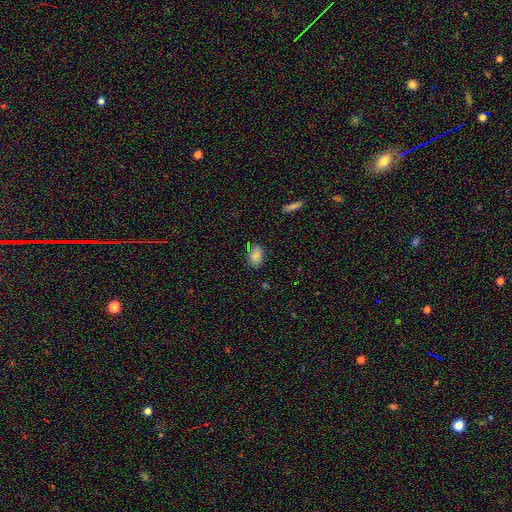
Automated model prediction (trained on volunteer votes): smooth 81%, star or artifact 12%, featured or disk 7%. Down the decision tree: how rounded — in between (84%); merging — none (79%).